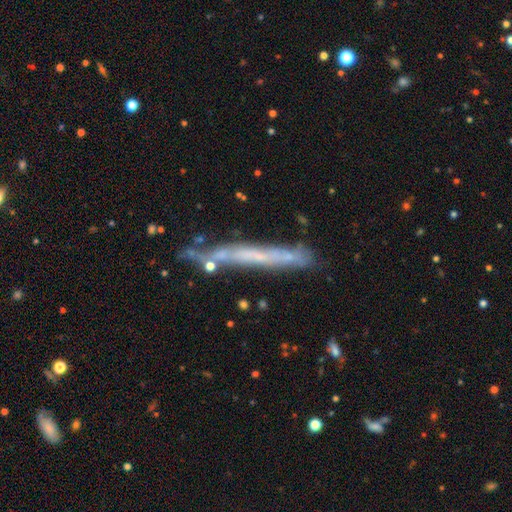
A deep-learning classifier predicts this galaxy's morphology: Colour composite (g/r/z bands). It shows a featured or disk galaxy (56%) viewed edge-on (88%). Merging: none (71%).